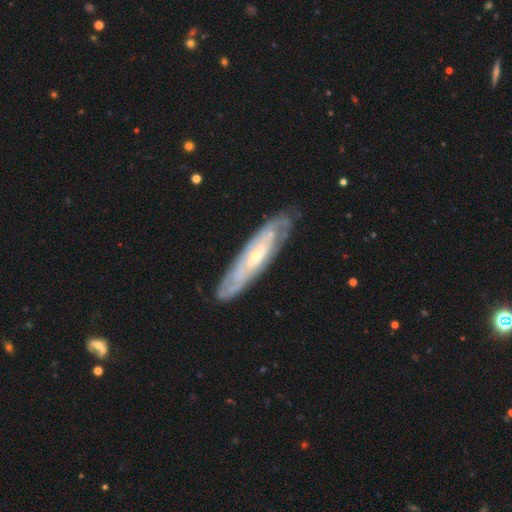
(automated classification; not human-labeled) smooth_or_featured: featured or disk (p=0.80) [alt: smooth p=0.15]
disk_edge_on: no (p=0.71) [alt: yes p=0.29]
bar: no (p=0.62) [alt: weak p=0.28]
has_spiral_arms: yes (p=0.87) [alt: no p=0.13]
bulge_size: small (p=0.69) [alt: moderate p=0.28]
merging: none (p=0.82) [alt: minor disturbance p=0.14]